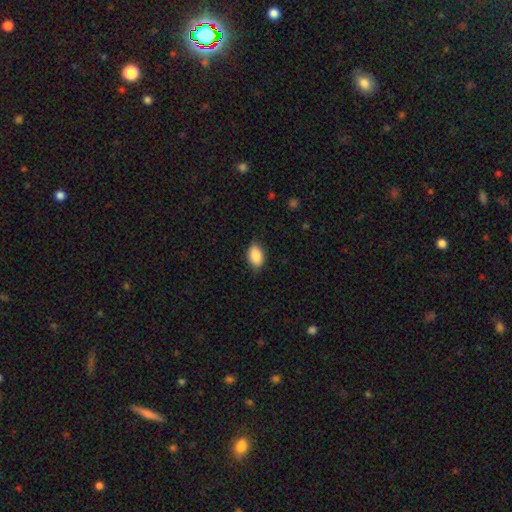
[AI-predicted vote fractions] This is clearly a smooth galaxy (89%). How rounded: clearly in between (90%). Merging: clearly none (83%).